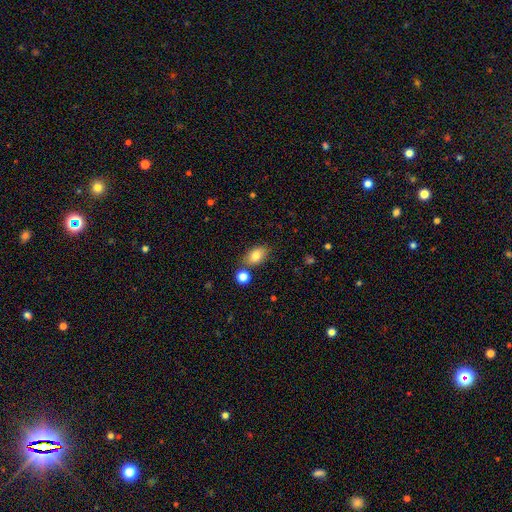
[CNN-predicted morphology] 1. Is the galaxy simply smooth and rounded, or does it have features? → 81% smooth, 10% featured or disk, 9% star or artifact.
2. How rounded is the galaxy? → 84% in between, 14% round, 2% cigar-shaped.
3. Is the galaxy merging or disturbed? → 74% none, 13% minor disturbance, 10% merger, 3% major disturbance.